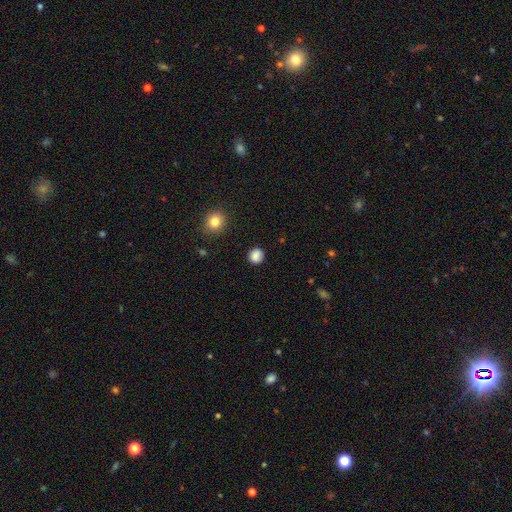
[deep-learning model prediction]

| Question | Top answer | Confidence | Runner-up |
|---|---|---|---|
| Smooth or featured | smooth | 86% | star or artifact (10%) |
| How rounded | round | 85% | in between (14%) |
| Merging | none | 87% | minor disturbance (9%) |